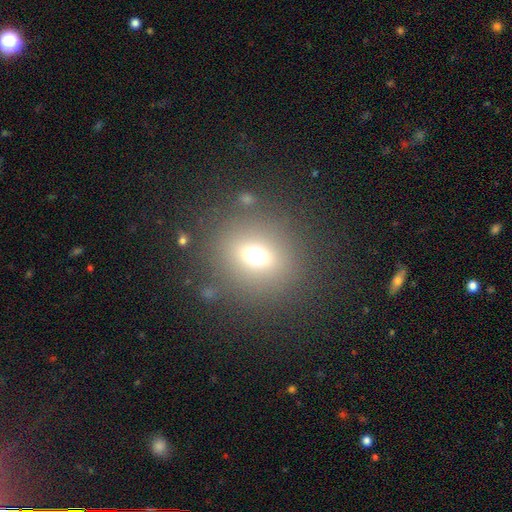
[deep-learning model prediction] Overall: smooth (66%). How rounded: round (74%). Merging: none (75%).